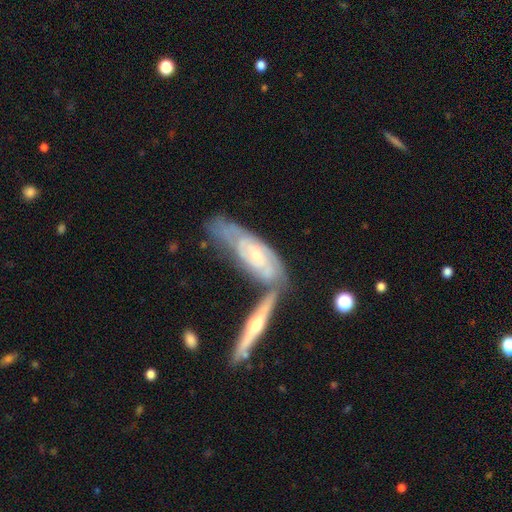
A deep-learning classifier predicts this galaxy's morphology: smooth_or_featured: featured or disk (p=0.75) [alt: smooth p=0.19]
disk_edge_on: no (p=0.70) [alt: yes p=0.30]
bar: no (p=0.66) [alt: weak p=0.27]
has_spiral_arms: yes (p=0.84) [alt: no p=0.16]
bulge_size: small (p=0.63) [alt: moderate p=0.30]
merging: none (p=0.39) [alt: merger p=0.33]